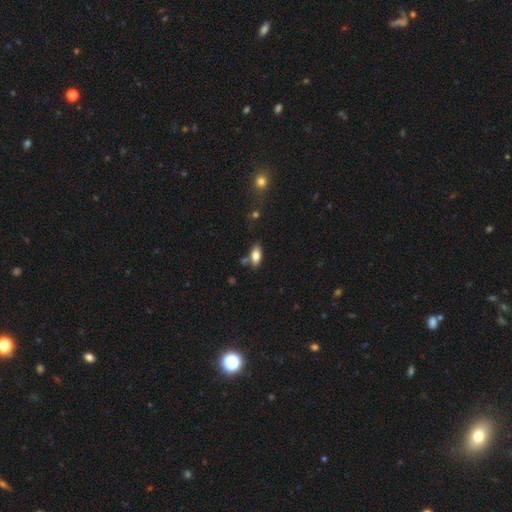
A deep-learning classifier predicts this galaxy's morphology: smooth_or_featured: smooth (p=0.75) [alt: featured or disk p=0.17]
how_rounded: in between (p=0.85) [alt: cigar-shaped p=0.12]
merging: none (p=0.71) [alt: minor disturbance p=0.16]